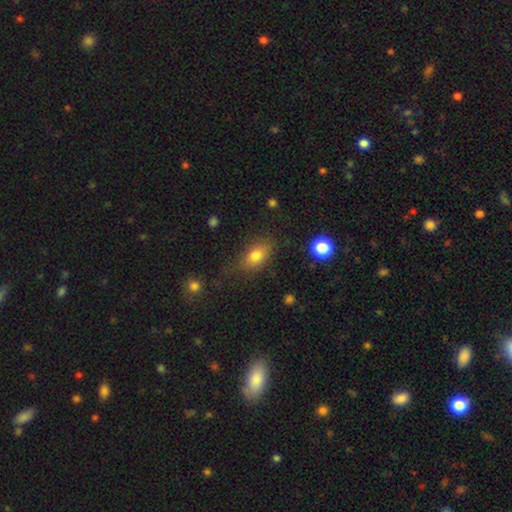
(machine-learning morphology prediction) This is likely a smooth galaxy (78%). How rounded: likely in between (79%). Merging: likely none (69%).